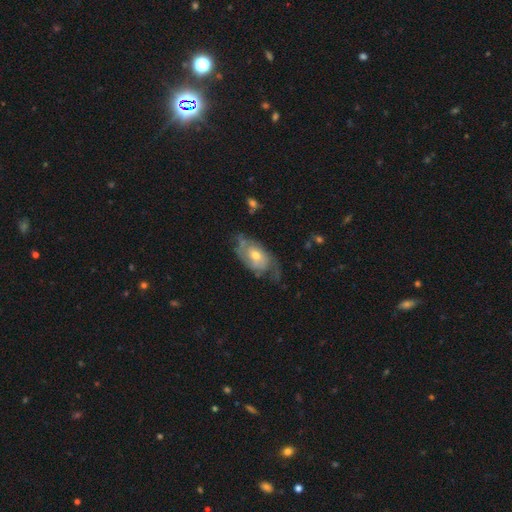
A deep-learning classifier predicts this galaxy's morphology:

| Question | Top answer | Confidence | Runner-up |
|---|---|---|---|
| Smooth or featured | featured or disk | 67% | smooth (27%) |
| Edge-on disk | no | 92% | yes (8%) |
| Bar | no | 77% | weak (20%) |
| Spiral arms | yes | 76% | no (24%) |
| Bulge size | moderate | 66% | small (26%) |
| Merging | none | 48% | minor disturbance (29%) |